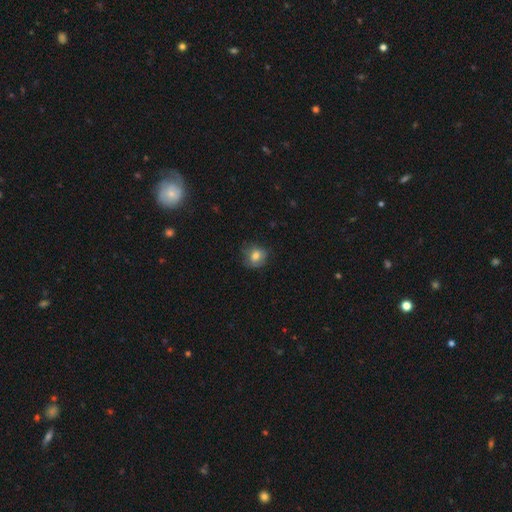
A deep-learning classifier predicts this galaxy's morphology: Smooth or featured?
  - smooth: 76% *
  - featured or disk: 13%
  - star or artifact: 10%
How rounded?
  - round: 76% *
  - in between: 23%
  - cigar-shaped: 1%
Merging?
  - none: 70% *
  - minor disturbance: 22%
  - major disturbance: 7%
  - merger: 1%